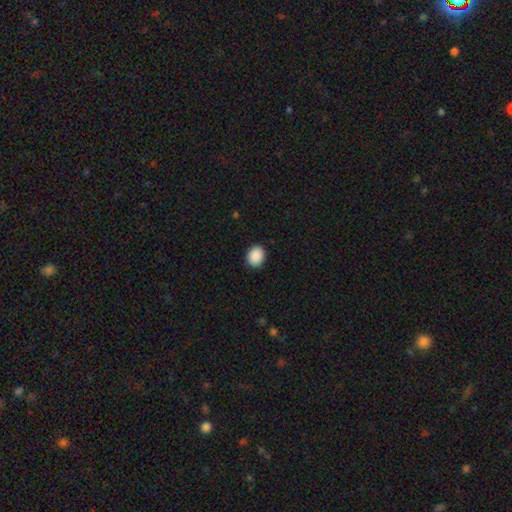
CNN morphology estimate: A smooth galaxy with no disk features (90%) that is in between round and cigar-shaped (50%).

Vote fractions:
- Smooth or featured? smooth: 90% / star or artifact: 8% / featured or disk: 2%
- How rounded? in between: 50% / round: 49% / cigar-shaped: 1%
- Merging? none: 89% / minor disturbance: 8% / major disturbance: 2% / merger: 1%